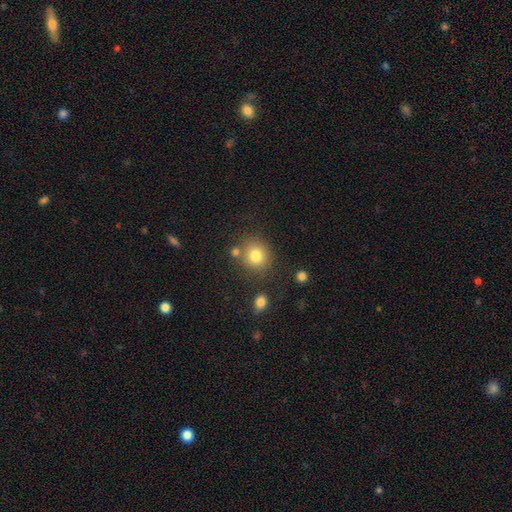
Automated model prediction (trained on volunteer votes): A smooth galaxy with no disk features (80%) that is round (84%).

Vote fractions:
- Smooth or featured? smooth: 80% / star or artifact: 12% / featured or disk: 8%
- How rounded? round: 84% / in between: 15% / cigar-shaped: 1%
- Merging? none: 75% / minor disturbance: 11% / merger: 10% / major disturbance: 4%